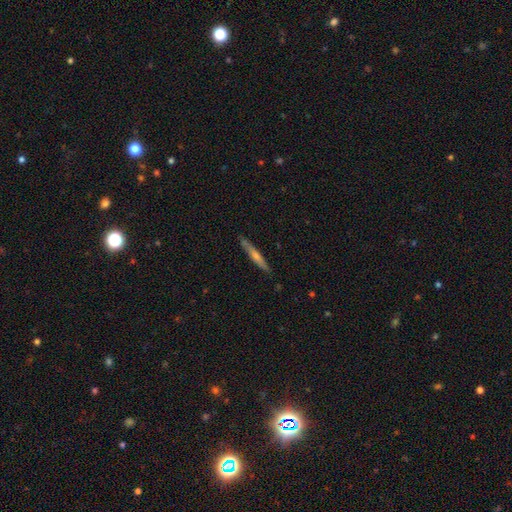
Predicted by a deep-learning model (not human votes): This is possibly a featured or disk galaxy (59%). It is clearly viewed edge-on (96%). Edge-on bulge: likely rounded (69%). Merging: clearly none (89%).